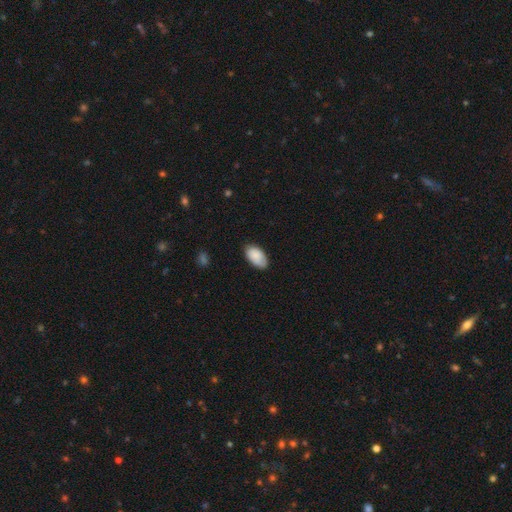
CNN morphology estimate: Overall: smooth (87%). How rounded: in between (95%). Merging: none (75%).